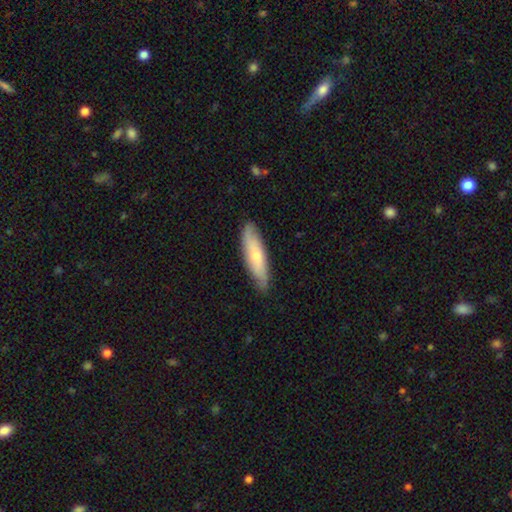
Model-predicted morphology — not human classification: type=smooth (60%); roundness=cigar-shaped (67%); merging=none (83%).